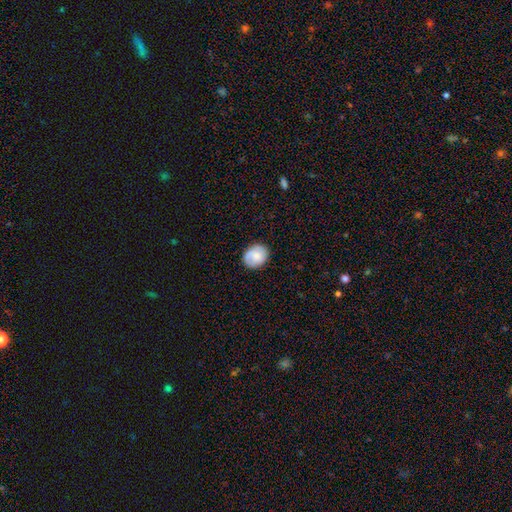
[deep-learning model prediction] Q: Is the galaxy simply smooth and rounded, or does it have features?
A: smooth — 74%.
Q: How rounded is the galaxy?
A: round — 53%.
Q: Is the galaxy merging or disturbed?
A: none — 81%.